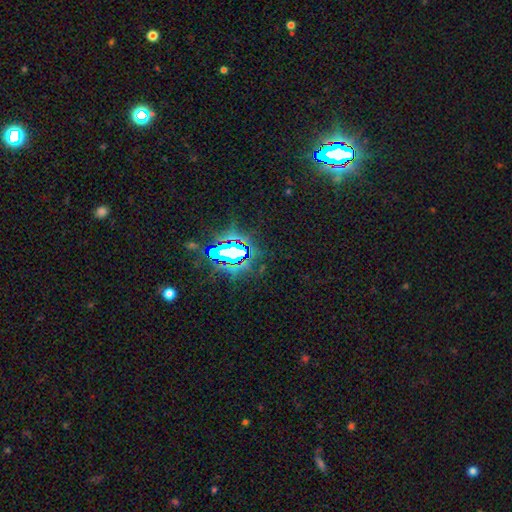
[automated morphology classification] smooth_or_featured: star or artifact (p=0.82) [alt: smooth p=0.11]